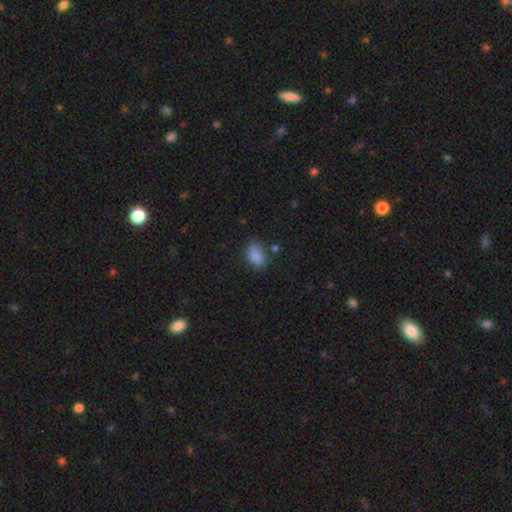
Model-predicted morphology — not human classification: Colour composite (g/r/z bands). It shows a smooth galaxy with no disk features (85%) that is in between round and cigar-shaped (88%). Merging: none (68%).